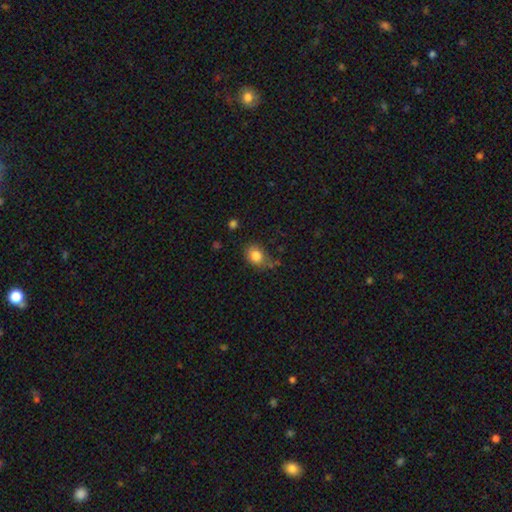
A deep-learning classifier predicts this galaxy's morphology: A smooth galaxy with no disk features (83%) that is in between round and cigar-shaped (57%).

Vote fractions:
- Smooth or featured? smooth: 83% / star or artifact: 9% / featured or disk: 8%
- How rounded? in between: 57% / round: 42% / cigar-shaped: 1%
- Merging? none: 66% / minor disturbance: 23% / major disturbance: 6% / merger: 5%